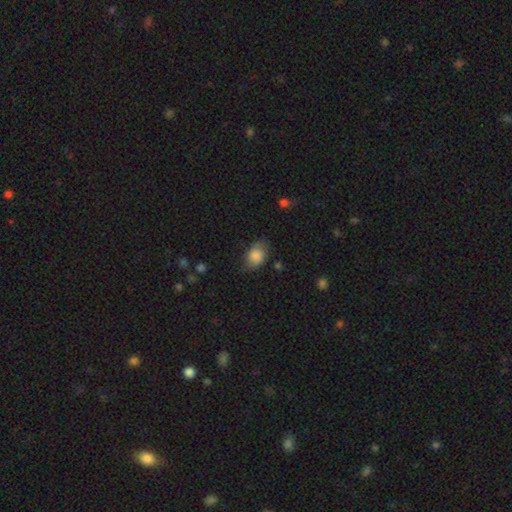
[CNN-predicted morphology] Overall: smooth (81%). How rounded: in between (79%). Merging: none (66%).